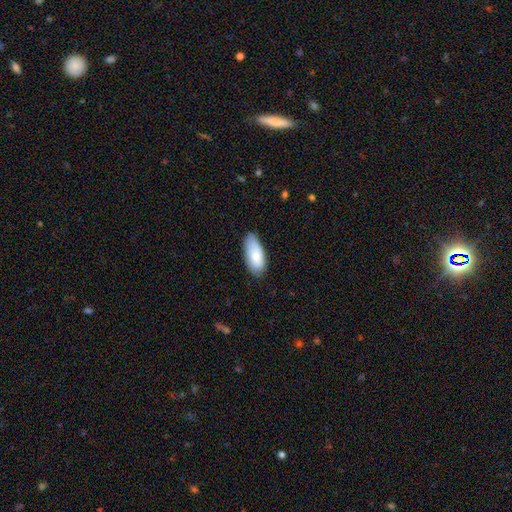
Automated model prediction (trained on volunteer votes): Morphology: type=smooth (83%); roundness=in between (88%); merging=none (77%).